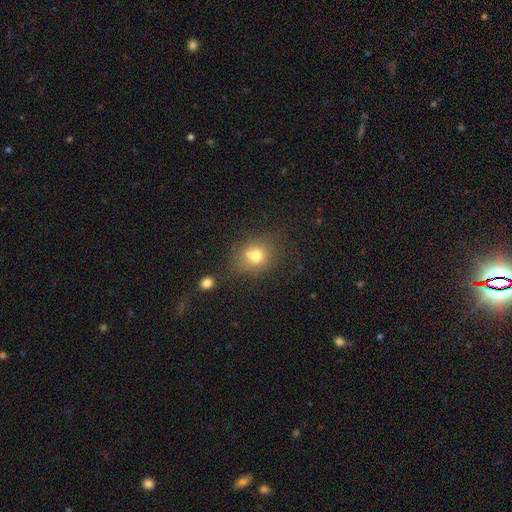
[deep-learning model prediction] This appears to be a smooth galaxy with no disk features (70%) that is round (65%). Merging: none (53%).